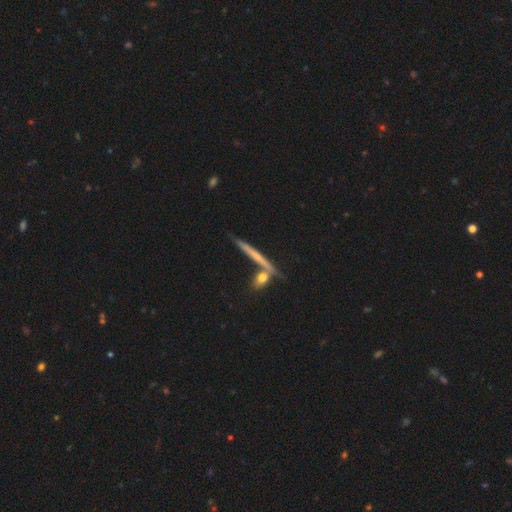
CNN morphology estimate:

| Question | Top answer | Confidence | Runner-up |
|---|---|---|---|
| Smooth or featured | featured or disk | 46% | tied: smooth (46%) |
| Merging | none | 70% | merger (15%) |